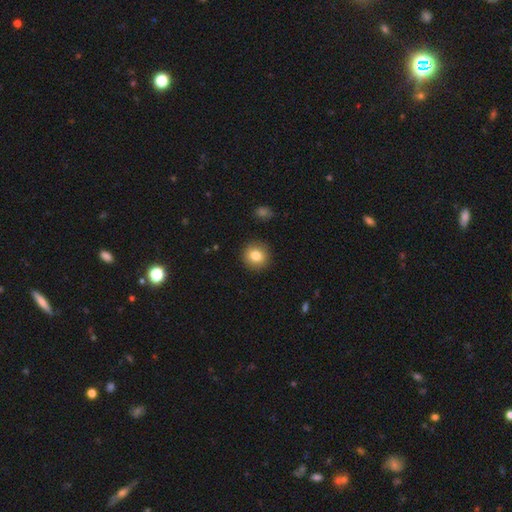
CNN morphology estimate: smooth-or-featured: smooth: 81% | star or artifact: 10% | featured or disk: 9%
  how-rounded: round: 92% | in between: 7% | cigar-shaped: 1%
  merging: none: 92% | minor disturbance: 5% | major disturbance: 2% | merger: 1%